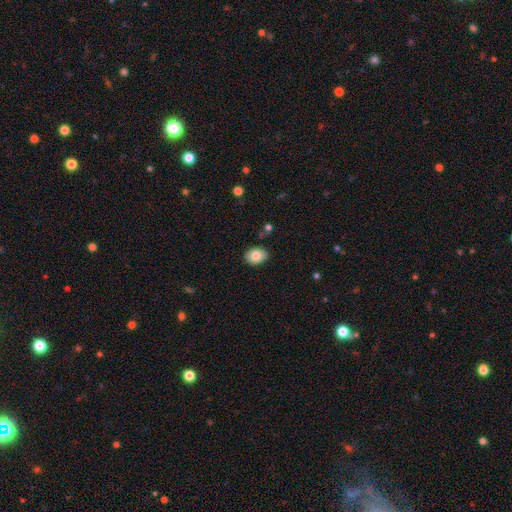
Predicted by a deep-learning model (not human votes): A smooth galaxy with no disk features (78%) that is in between round and cigar-shaped (66%).

Vote fractions:
- Smooth or featured? smooth: 78% / featured or disk: 14% / star or artifact: 8%
- How rounded? in between: 66% / round: 33% / cigar-shaped: 1%
- Merging? none: 85% / minor disturbance: 11% / major disturbance: 2% / merger: 2%